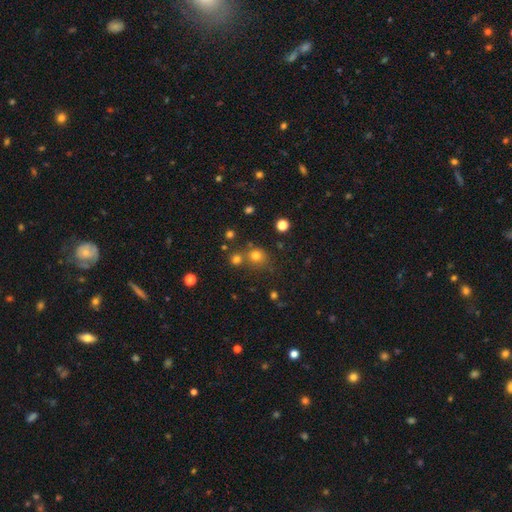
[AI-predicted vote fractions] Q: Smooth or featured?
A: smooth (74%); runner-up: star or artifact (19%)
Q: How rounded?
A: round (84%); runner-up: in between (15%)
Q: Merging?
A: none (65%); runner-up: merger (20%)